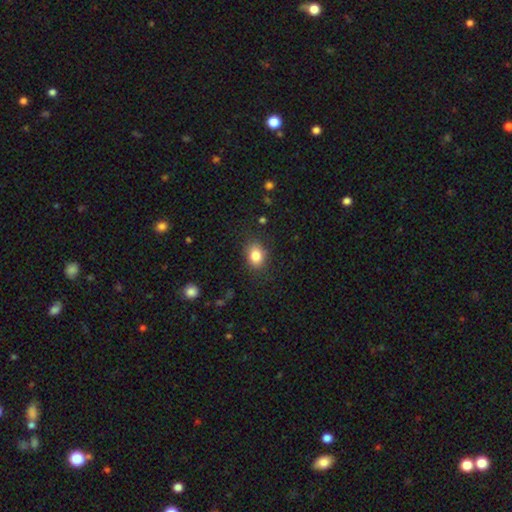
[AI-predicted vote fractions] A smooth galaxy with no disk features (84%) that is in between round and cigar-shaped (66%). Merging: none (82%).